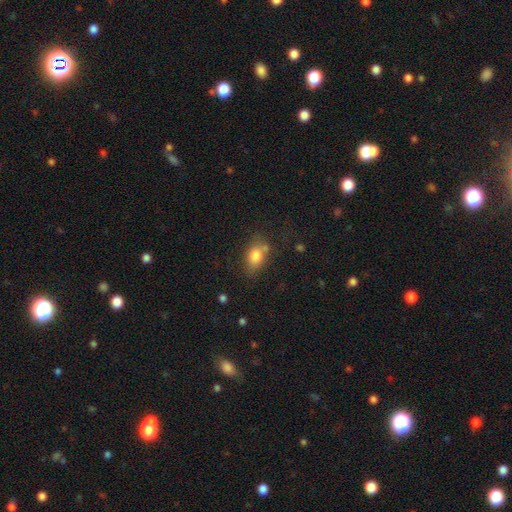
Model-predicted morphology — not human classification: smooth_or_featured: smooth (p=0.80) [alt: featured or disk p=0.11]
how_rounded: in between (p=0.79) [alt: round p=0.18]
merging: none (p=0.61) [alt: minor disturbance p=0.21]